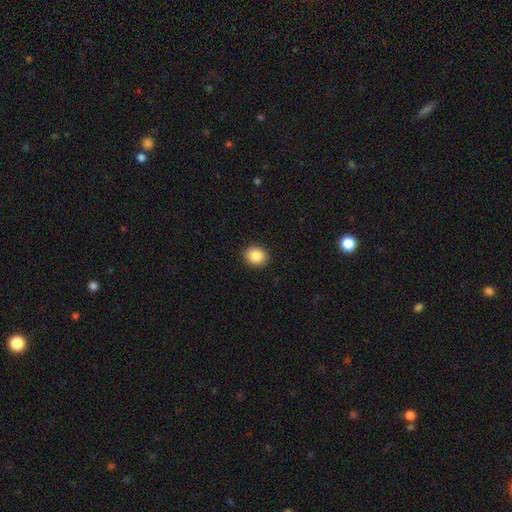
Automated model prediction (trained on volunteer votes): Smooth or featured: smooth — 86% (star or artifact — 9%)
How rounded: round — 71% (in between — 29%)
Merging: none — 91% (minor disturbance — 6%)